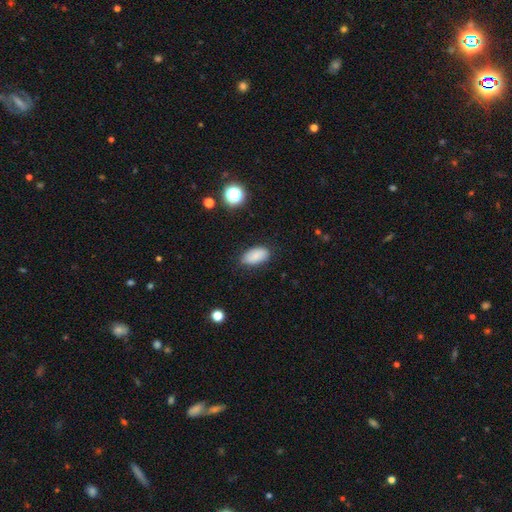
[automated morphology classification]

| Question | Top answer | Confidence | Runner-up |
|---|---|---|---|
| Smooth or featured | smooth | 83% | star or artifact (9%) |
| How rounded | in between | 93% | round (4%) |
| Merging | none | 82% | minor disturbance (14%) |